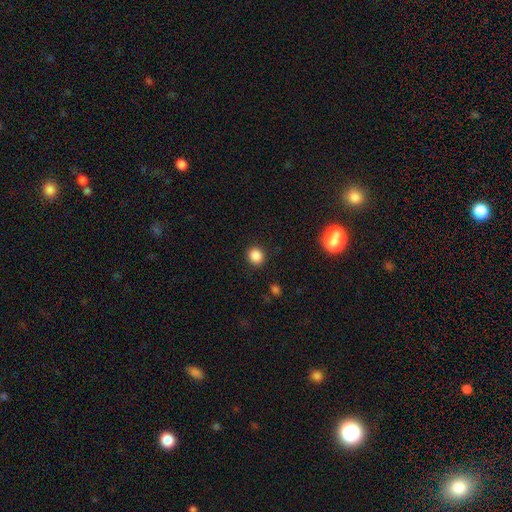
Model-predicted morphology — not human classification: smooth 86%, star or artifact 11%, featured or disk 3%. Down the decision tree: how rounded — round (87%); merging — none (91%).